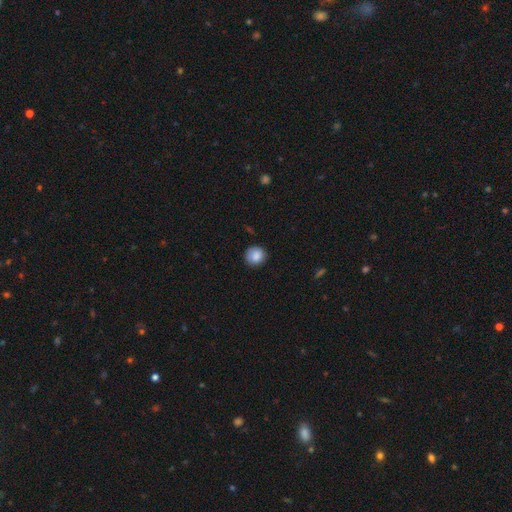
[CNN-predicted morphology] Smooth or featured: smooth — 87% (star or artifact — 8%)
How rounded: round — 88% (in between — 11%)
Merging: none — 83% (minor disturbance — 13%)